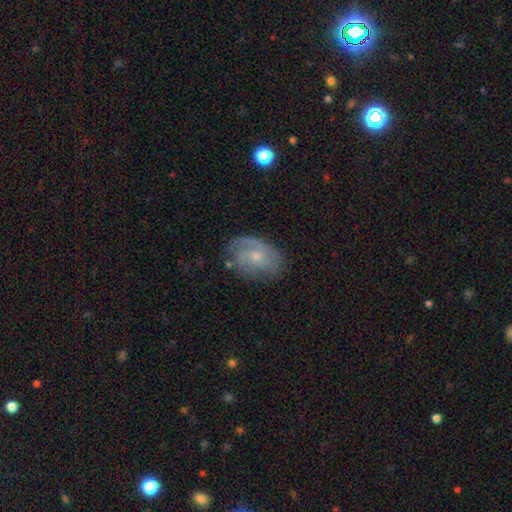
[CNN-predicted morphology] This is likely a featured or disk galaxy (70%). It is clearly not viewed edge-on (97%). Bar: likely no (72%). Spiral arm pattern: clearly yes (88%). Spiral arm count: marginally 2 (35%). Spiral winding: marginally tight (43%). Central bulge: likely small (68%). Merging: likely none (66%).